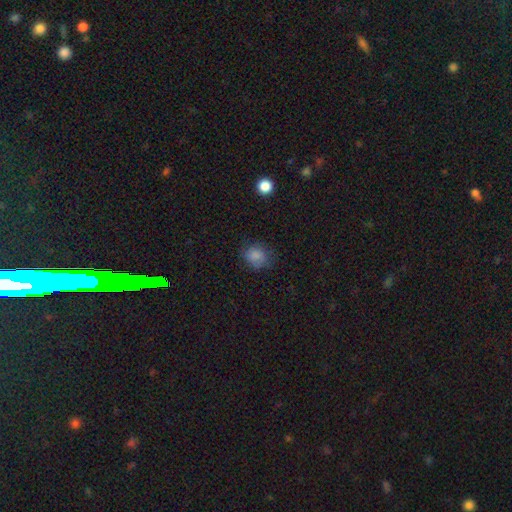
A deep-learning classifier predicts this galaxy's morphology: A smooth galaxy with no disk features (82%) that is round (67%).

Vote fractions:
- Smooth or featured? smooth: 82% / star or artifact: 11% / featured or disk: 7%
- How rounded? round: 67% / in between: 32% / cigar-shaped: 1%
- Merging? none: 70% / minor disturbance: 21% / major disturbance: 8% / merger: 1%